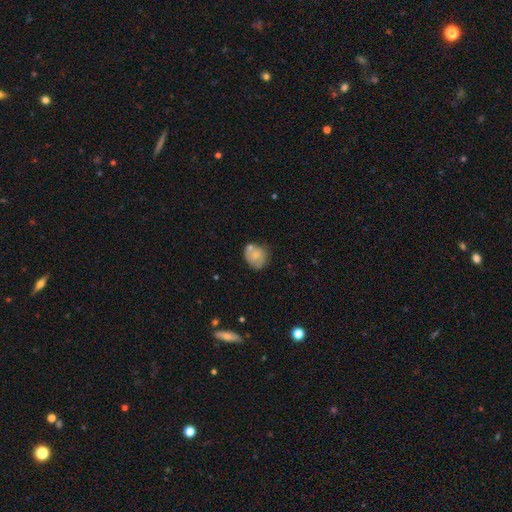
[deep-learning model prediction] Q: Smooth or featured?
A: smooth (72%); runner-up: featured or disk (19%)
Q: How rounded?
A: round (64%); runner-up: in between (35%)
Q: Merging?
A: none (54%); runner-up: minor disturbance (21%)